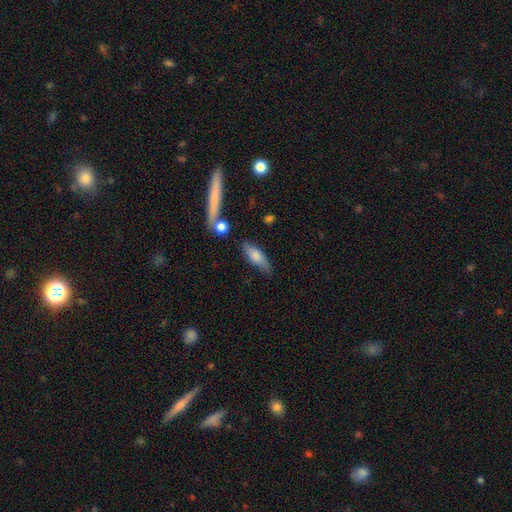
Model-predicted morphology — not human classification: smooth-or-featured: smooth: 75% | featured or disk: 19% | star or artifact: 6%
  how-rounded: in between: 55% | cigar-shaped: 43% | round: 3%
  merging: none: 71% | minor disturbance: 17% | merger: 7% | major disturbance: 5%